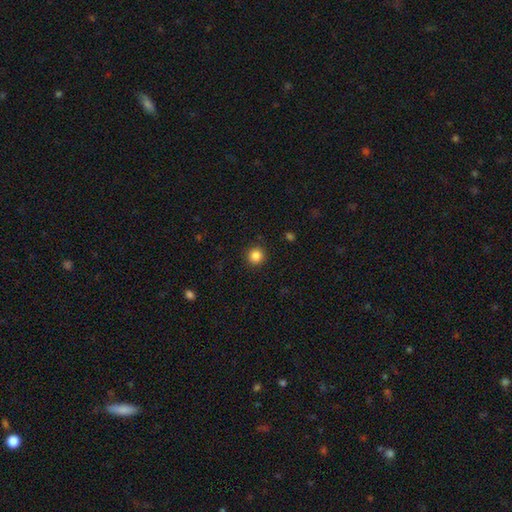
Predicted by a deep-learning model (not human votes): This is clearly a smooth galaxy (85%). How rounded: clearly round (95%). Merging: clearly none (92%).